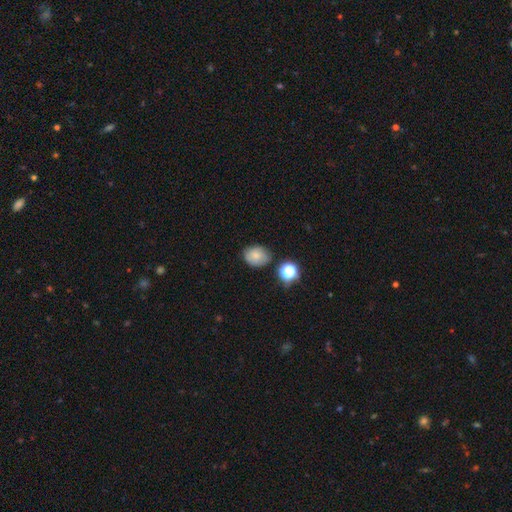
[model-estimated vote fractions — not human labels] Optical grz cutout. It shows a smooth galaxy with no disk features (78%) that is in between round and cigar-shaped (55%). Merging: none (74%).